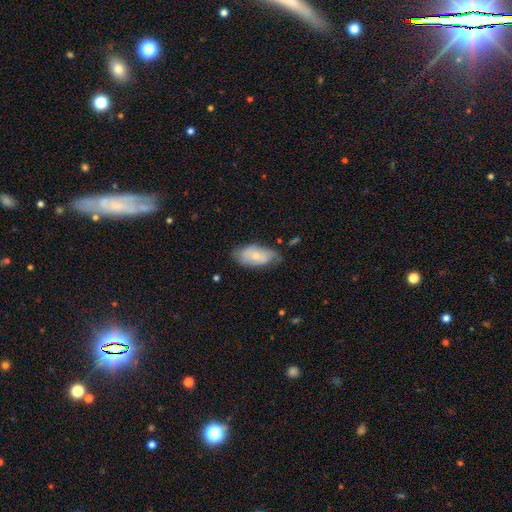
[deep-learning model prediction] Overall: smooth (62%; featured or disk 31%). How rounded: in between (91%). Merging: none (61%; minor disturbance 30%).